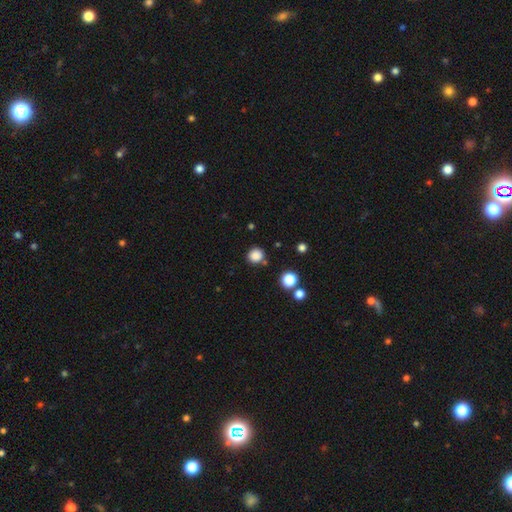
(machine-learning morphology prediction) The model was most divided on "smooth or featured": smooth: 84%, star or artifact: 12%, featured or disk: 4%. More confident: how rounded — round (90%); merging — none (82%).